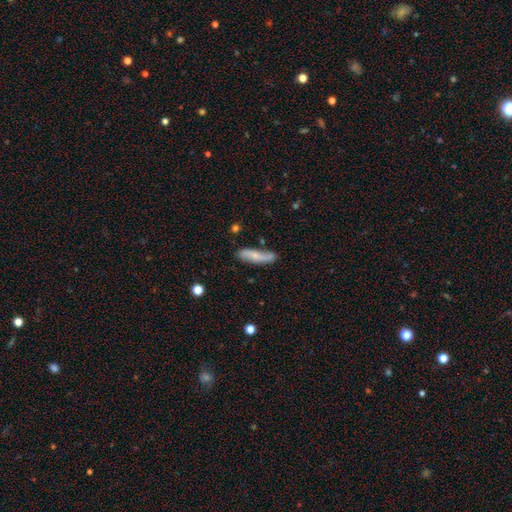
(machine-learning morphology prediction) smooth-or-featured: featured or disk: 47% (tied) | smooth: 47% (tied) | star or artifact: 7%
  merging: none: 69% | minor disturbance: 21% | major disturbance: 5% | merger: 4%